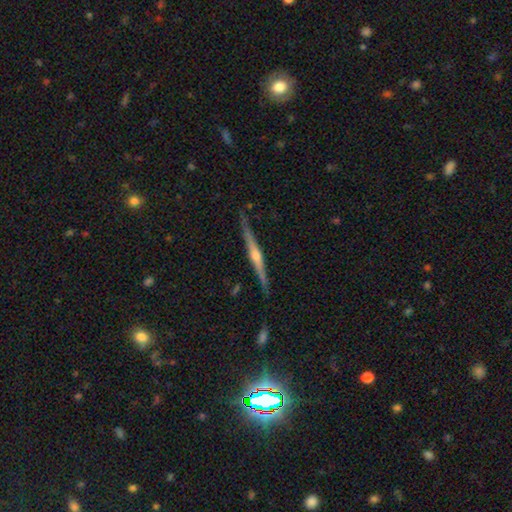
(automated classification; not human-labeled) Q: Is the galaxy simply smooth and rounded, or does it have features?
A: featured or disk — 82%.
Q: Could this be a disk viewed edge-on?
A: yes — 98%.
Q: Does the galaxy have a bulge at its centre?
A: rounded — 89%.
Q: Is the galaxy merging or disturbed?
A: none — 88%.